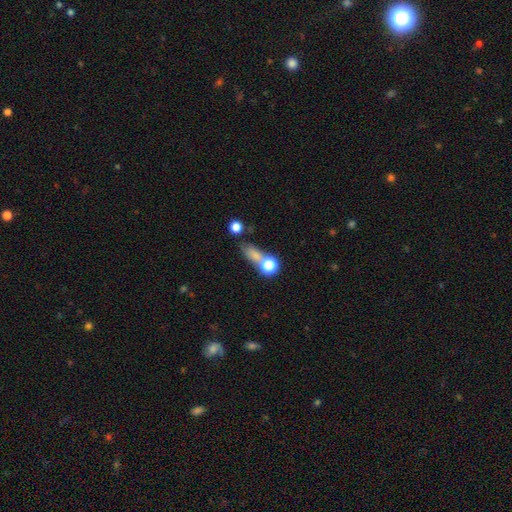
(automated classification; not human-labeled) smooth 67%, star or artifact 19%, featured or disk 14%. Down the decision tree: how rounded — in between (42%); merging — none (46%).